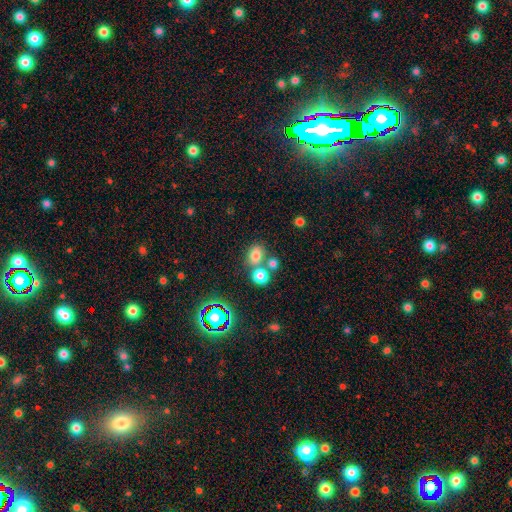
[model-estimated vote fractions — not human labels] Smooth or featured?
  - smooth: 72% *
  - star or artifact: 18%
  - featured or disk: 10%
How rounded?
  - in between: 53% *
  - round: 46%
  - cigar-shaped: 1%
Merging?
  - none: 57% *
  - merger: 28%
  - minor disturbance: 11%
  - major disturbance: 4%